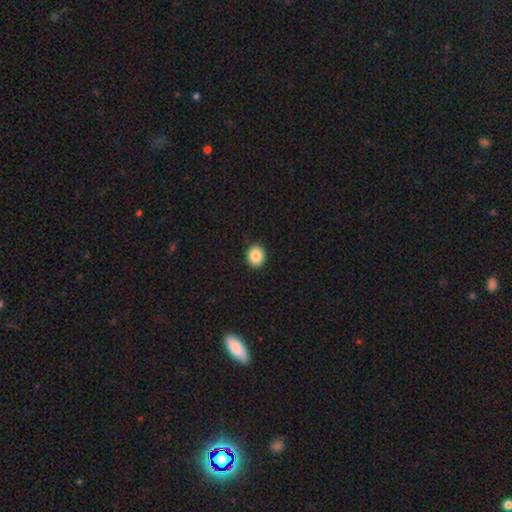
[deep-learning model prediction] A smooth galaxy with no disk features (86%) that is round (73%). Merging: none (91%).